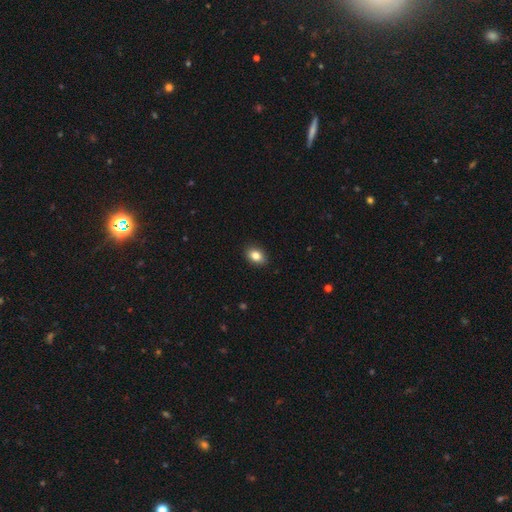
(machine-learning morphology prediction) A smooth galaxy with no disk features (84%) that is in between round and cigar-shaped (78%). Merging: none (90%).